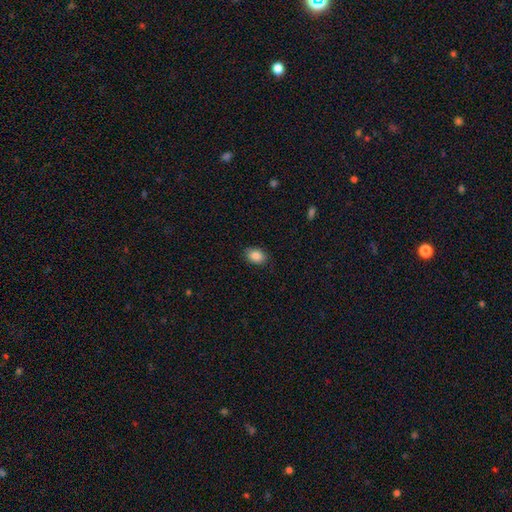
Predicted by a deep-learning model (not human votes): Smooth or featured?
  - smooth: 88% *
  - star or artifact: 8%
  - featured or disk: 4%
How rounded?
  - in between: 78% *
  - round: 20%
  - cigar-shaped: 1%
Merging?
  - none: 86% *
  - minor disturbance: 10%
  - major disturbance: 3%
  - merger: 1%